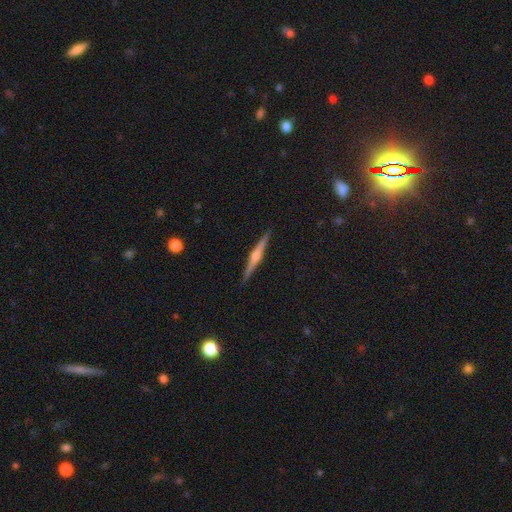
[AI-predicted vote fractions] featured or disk 77%, smooth 17%, star or artifact 6%. Down the decision tree: edge-on disk — yes (98%); edge-on bulge — rounded (83%); merging — none (92%).